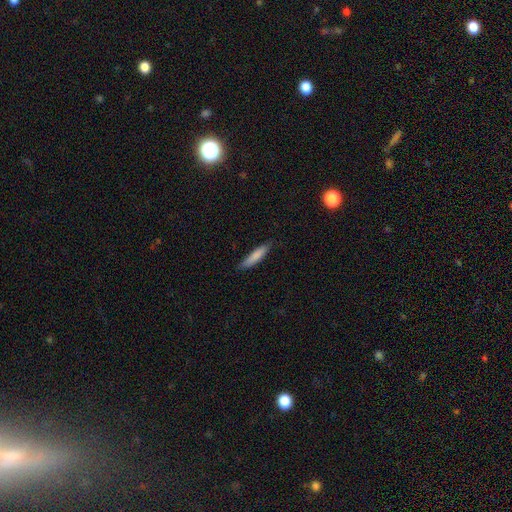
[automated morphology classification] Smooth or featured? smooth (82%)
How rounded? cigar-shaped (82%)
Merging? none (83%)